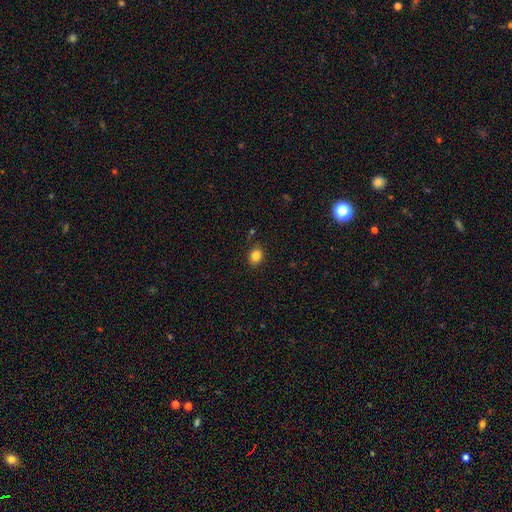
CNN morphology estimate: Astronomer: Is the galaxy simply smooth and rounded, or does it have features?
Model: smooth — 84%.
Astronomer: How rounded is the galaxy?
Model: round — 57% (runner-up: in between, 42%).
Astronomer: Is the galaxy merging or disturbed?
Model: none — 86%.